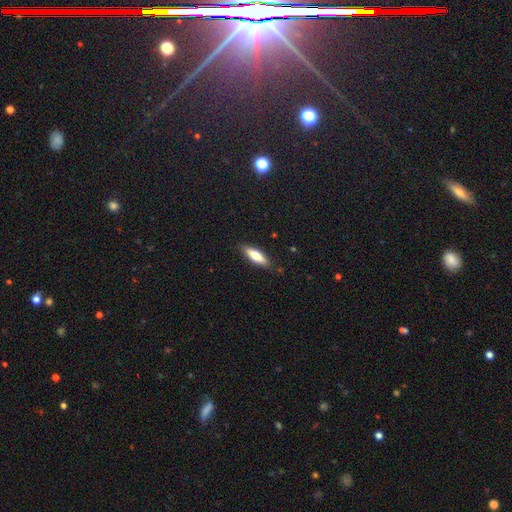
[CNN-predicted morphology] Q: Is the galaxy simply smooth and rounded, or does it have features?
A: smooth — 68%.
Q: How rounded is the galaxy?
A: cigar-shaped — 53%.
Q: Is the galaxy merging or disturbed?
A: none — 87%.